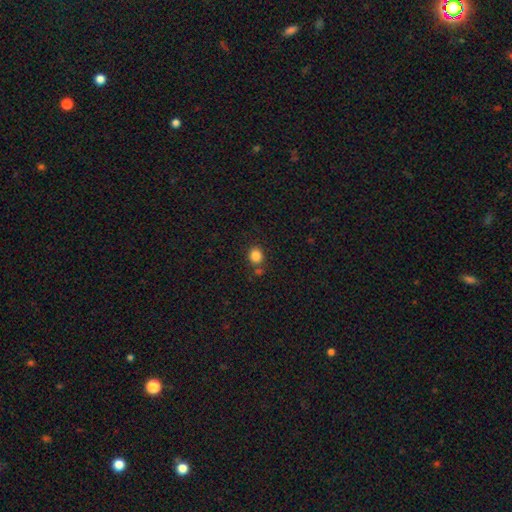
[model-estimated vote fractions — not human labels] Morphology: type=smooth (85%); roundness=round (74%); merging=none (77%).